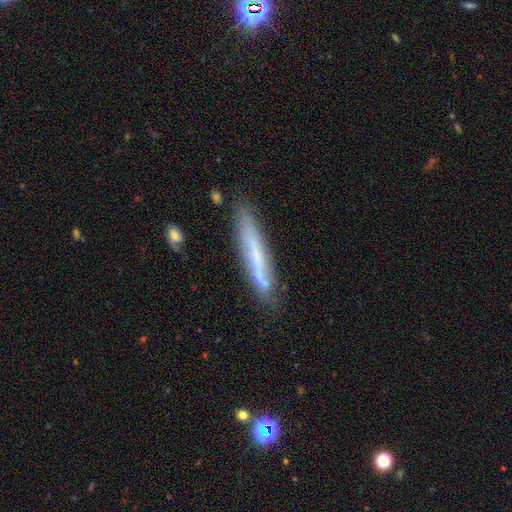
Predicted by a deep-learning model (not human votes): Smooth or featured? Predicted: smooth (p=0.49). Merging? Predicted: none (p=0.74).